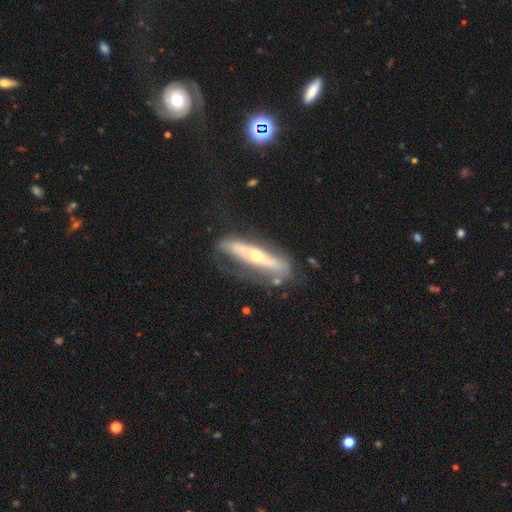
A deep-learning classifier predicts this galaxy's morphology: smooth_or_featured: featured or disk (p=0.72) [alt: smooth p=0.23]
disk_edge_on: yes (p=0.59) [alt: no p=0.41]
merging: none (p=0.56) [alt: minor disturbance p=0.22]